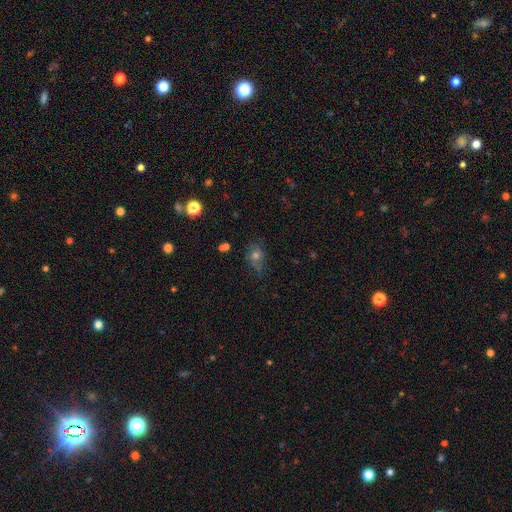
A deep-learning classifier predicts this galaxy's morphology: smooth-or-featured: smooth: 55% | featured or disk: 24% | star or artifact: 21%
  how-rounded: in between: 49% | round: 48% | cigar-shaped: 3%
  merging: none: 58% | minor disturbance: 28% | major disturbance: 12% | merger: 3%